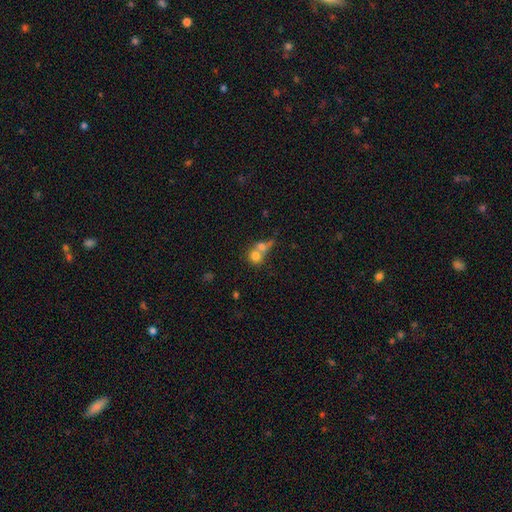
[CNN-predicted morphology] smooth_or_featured: smooth (p=0.74) [alt: featured or disk p=0.16]
how_rounded: round (p=0.77) [alt: in between p=0.22]
merging: merger (p=0.63) [alt: none p=0.26]